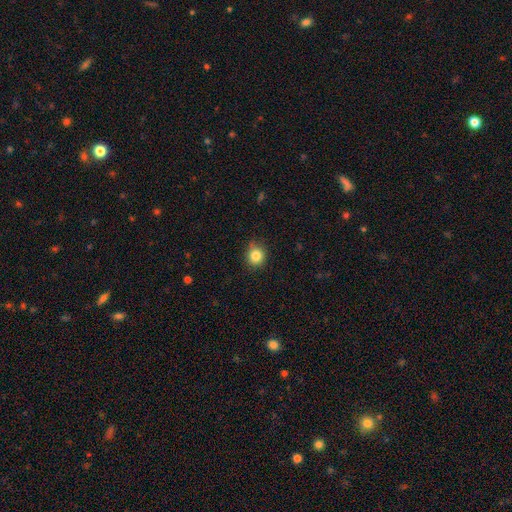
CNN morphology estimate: type=smooth (84%); roundness=round (87%); merging=none (81%).